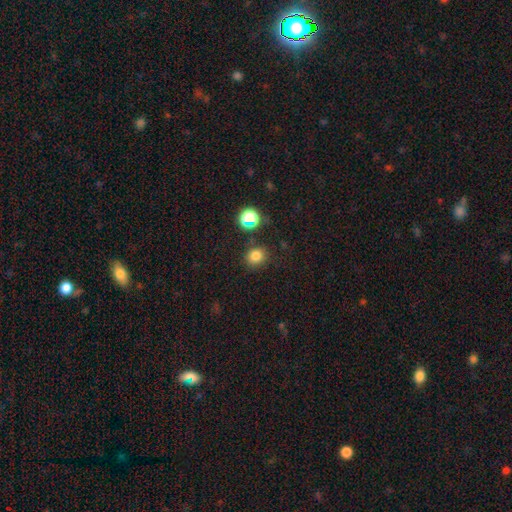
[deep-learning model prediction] A smooth galaxy with no disk features (78%) that is round (78%).

Vote fractions:
- Smooth or featured? smooth: 78% / star or artifact: 16% / featured or disk: 5%
- How rounded? round: 78% / in between: 22% / cigar-shaped: 1%
- Merging? none: 85% / minor disturbance: 9% / merger: 3% / major disturbance: 3%